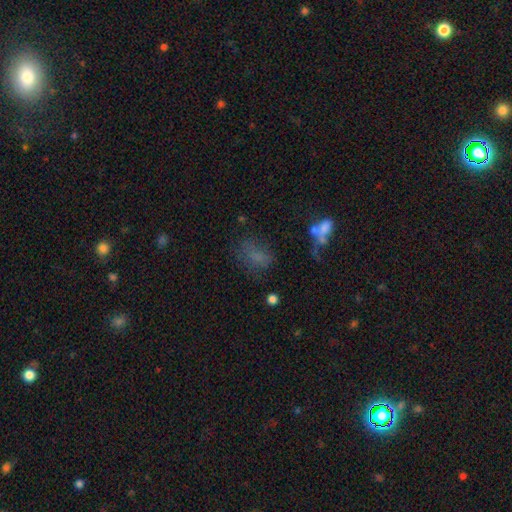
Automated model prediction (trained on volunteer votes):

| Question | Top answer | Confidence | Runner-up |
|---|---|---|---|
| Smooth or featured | smooth | 62% | star or artifact (20%) |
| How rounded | in between | 77% | round (18%) |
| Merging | none | 47% | major disturbance (24%) |